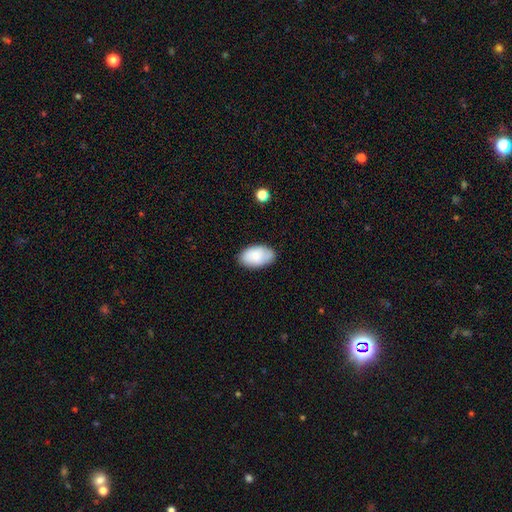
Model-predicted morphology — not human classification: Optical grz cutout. It shows a smooth galaxy with no disk features (83%) that is in between round and cigar-shaped (94%). Merging: none (82%).